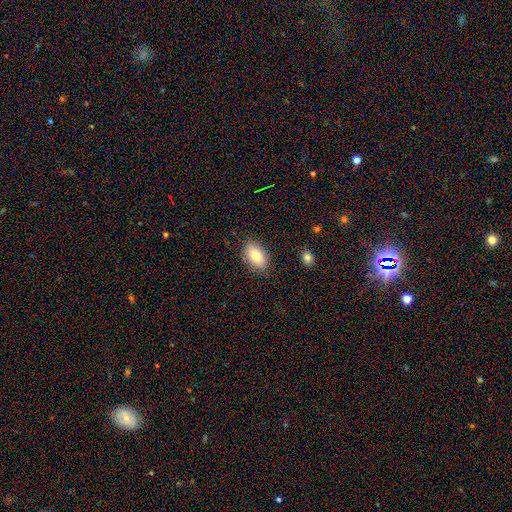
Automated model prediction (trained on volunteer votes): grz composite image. It shows a smooth galaxy with no disk features (81%) that is in between round and cigar-shaped (91%). Merging: none (84%).